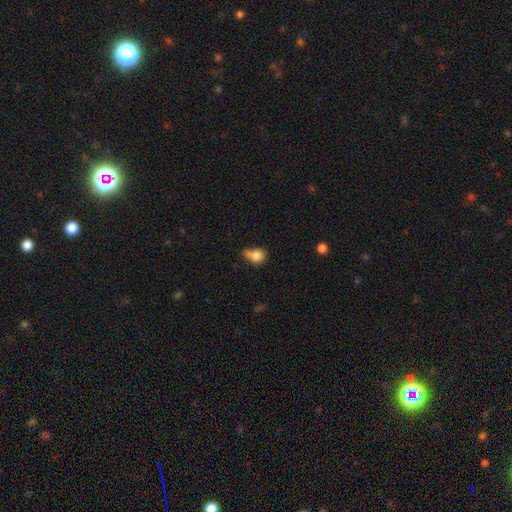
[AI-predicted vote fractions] A smooth galaxy with no disk features (79%) that is round (58%). Merging: minor disturbance (37%).